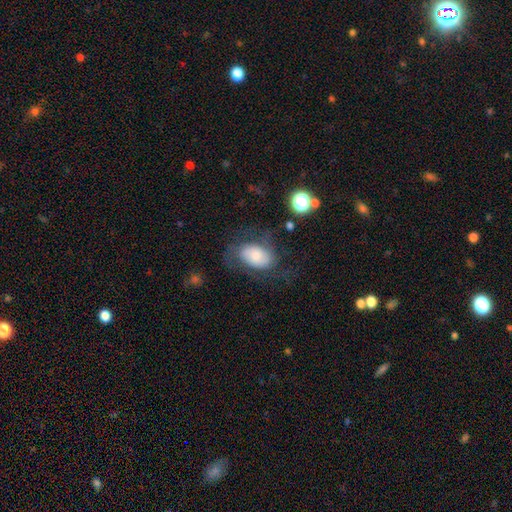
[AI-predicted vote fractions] The model was most divided on "smooth or featured": smooth: 48%, featured or disk: 42%, star or artifact: 10%. More confident: merging — none (52%).